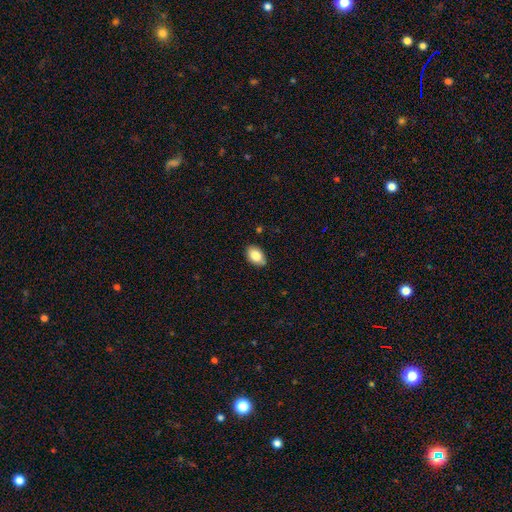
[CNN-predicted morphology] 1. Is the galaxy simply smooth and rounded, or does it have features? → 85% smooth, 8% featured or disk, 7% star or artifact.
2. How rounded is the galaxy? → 89% in between, 9% round, 1% cigar-shaped.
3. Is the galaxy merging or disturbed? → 82% none, 15% minor disturbance, 2% major disturbance, 1% merger.